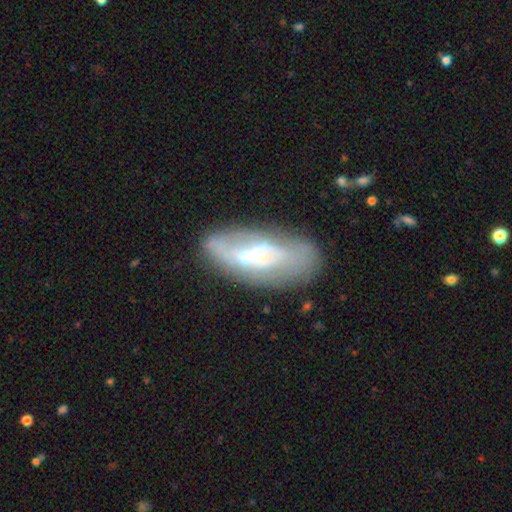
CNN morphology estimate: This appears to be a featured or disk galaxy (58%). Merging: none (47%).